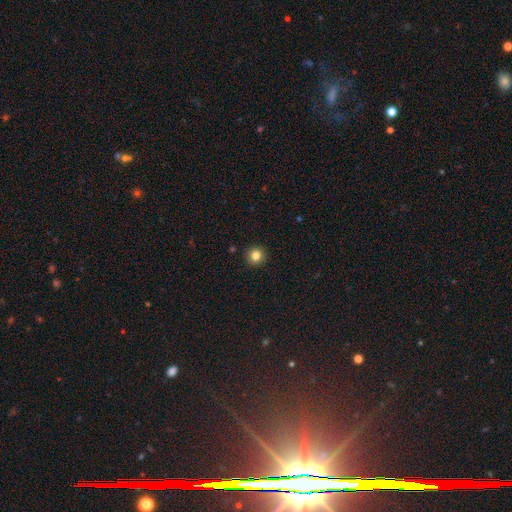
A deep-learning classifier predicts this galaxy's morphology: smooth 82%, star or artifact 12%, featured or disk 6%. Down the decision tree: how rounded — round (94%); merging — none (93%).